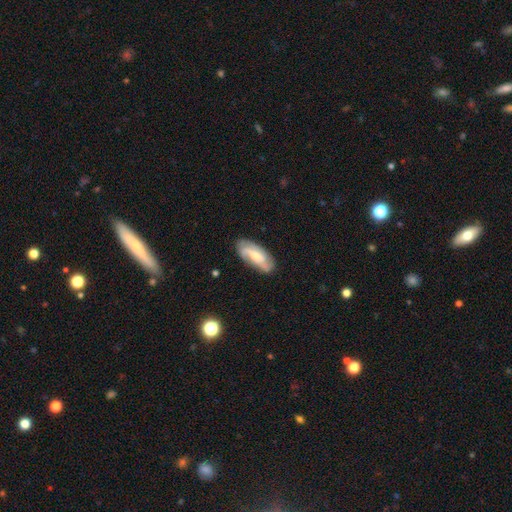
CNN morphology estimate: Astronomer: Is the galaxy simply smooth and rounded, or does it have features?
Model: featured or disk — 67%.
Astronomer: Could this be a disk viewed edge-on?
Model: no — 92%.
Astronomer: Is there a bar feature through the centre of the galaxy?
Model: no — 45% (runner-up: weak, 42%).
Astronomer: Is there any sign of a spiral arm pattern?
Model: yes — 92%.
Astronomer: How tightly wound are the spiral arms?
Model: medium — 44% (runner-up: loose, 29%).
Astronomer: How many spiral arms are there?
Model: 2 — 55%.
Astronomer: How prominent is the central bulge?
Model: moderate — 45% (runner-up: small, 42%).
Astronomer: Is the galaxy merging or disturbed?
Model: none — 77%.